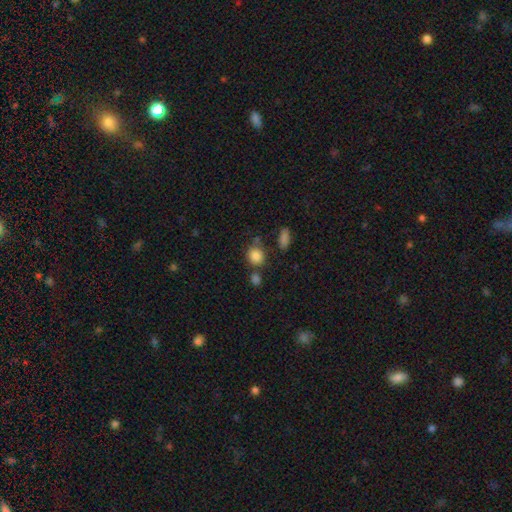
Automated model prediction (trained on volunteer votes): Smooth or featured? smooth (85%)
How rounded? round (75%)
Merging? none (64%)